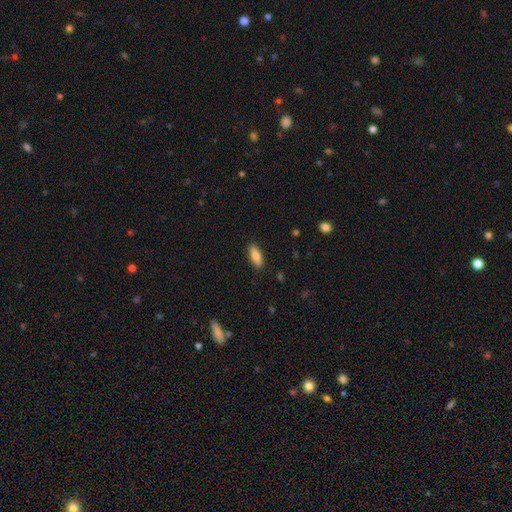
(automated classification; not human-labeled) smooth 83%, featured or disk 11%, star or artifact 7%. Down the decision tree: how rounded — in between (68%); merging — none (88%).